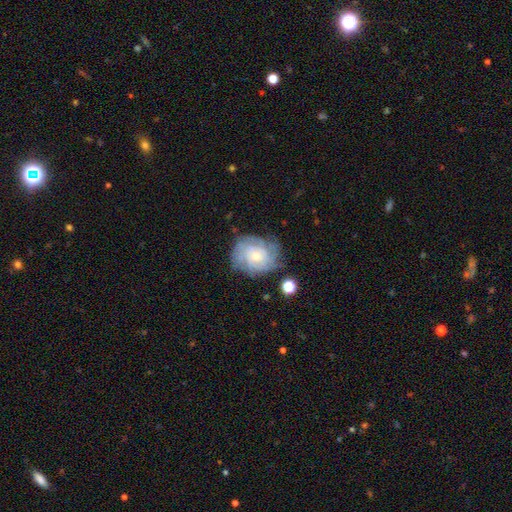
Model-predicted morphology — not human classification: This appears to be a featured or disk galaxy (72%) with no bar (80%), tight (68%) spiral arms (89%) and a small central bulge (69%). Merging: none (69%).